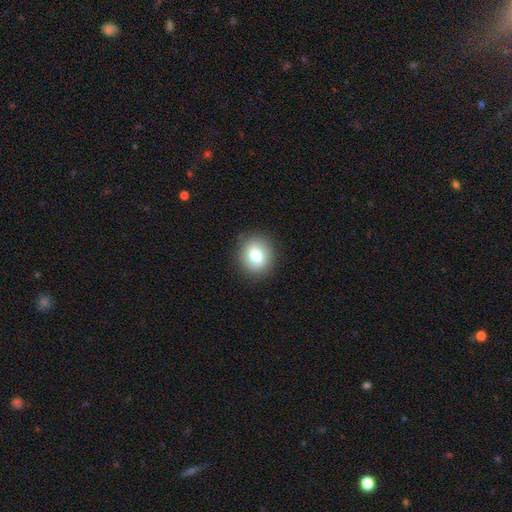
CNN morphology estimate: smooth_or_featured: smooth (p=0.75) [alt: featured or disk p=0.15]
how_rounded: round (p=0.84) [alt: in between p=0.15]
merging: none (p=0.89) [alt: minor disturbance p=0.07]